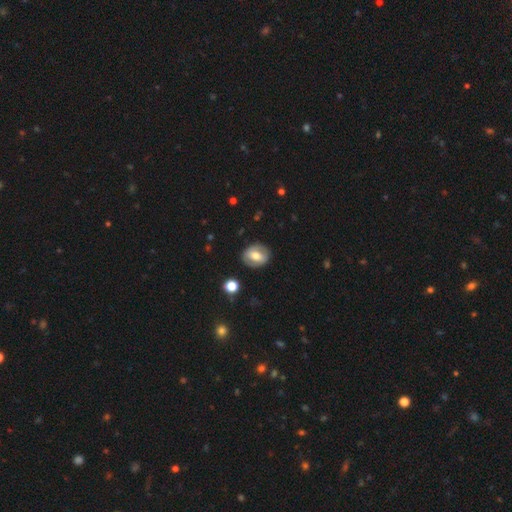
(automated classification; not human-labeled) A smooth galaxy with no disk features (55%) that is in between round and cigar-shaped (51%).

Vote fractions:
- Smooth or featured? smooth: 55% / featured or disk: 38% / star or artifact: 7%
- How rounded? in between: 51% / round: 47% / cigar-shaped: 1%
- Merging? none: 84% / minor disturbance: 11% / major disturbance: 3% / merger: 1%